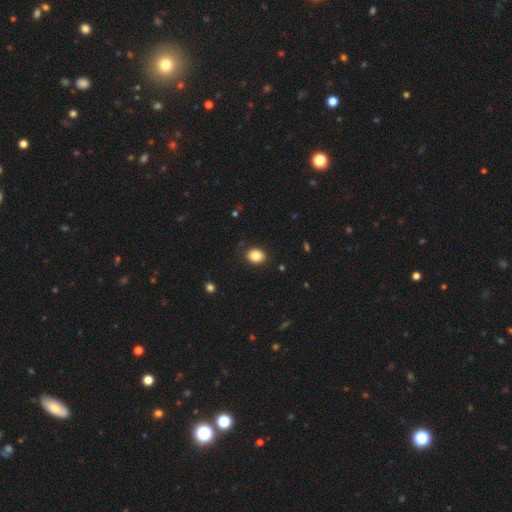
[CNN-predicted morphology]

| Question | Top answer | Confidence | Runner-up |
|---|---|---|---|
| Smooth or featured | smooth | 85% | star or artifact (9%) |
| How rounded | in between | 58% | round (41%) |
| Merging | none | 86% | minor disturbance (11%) |